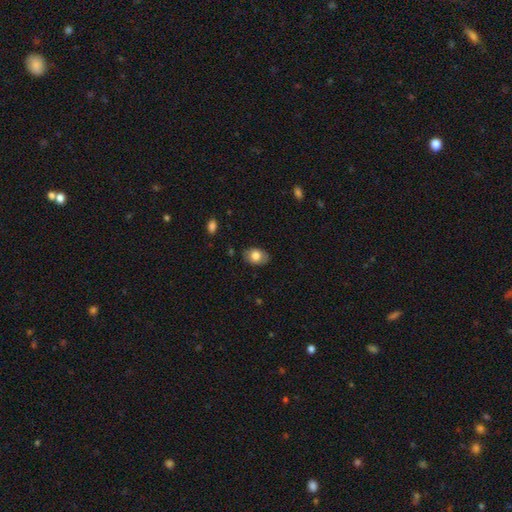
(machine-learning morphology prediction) smooth-or-featured: smooth: 77% | featured or disk: 16% | star or artifact: 7%
  how-rounded: in between: 82% | round: 17% | cigar-shaped: 1%
  merging: none: 82% | minor disturbance: 14% | major disturbance: 3% | merger: 1%